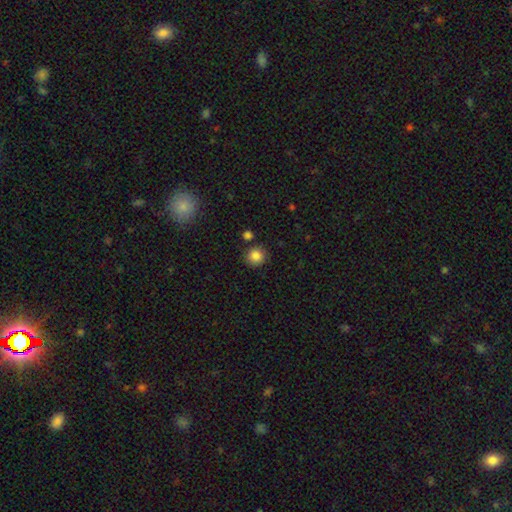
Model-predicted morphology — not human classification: This appears to be a smooth galaxy with no disk features (85%) that is round (91%). Merging: none (83%).